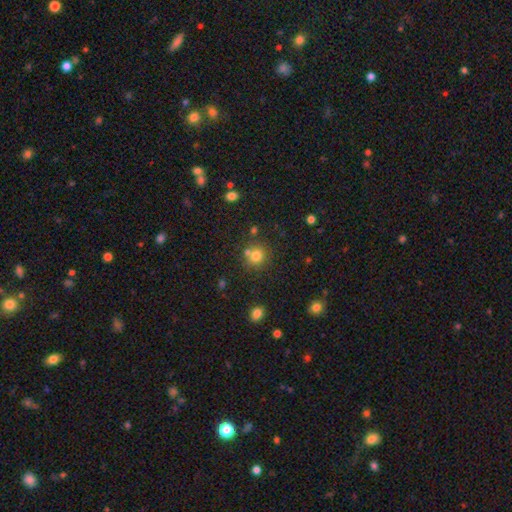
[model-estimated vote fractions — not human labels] This appears to be a smooth galaxy with no disk features (76%) that is round (83%). Merging: none (65%).